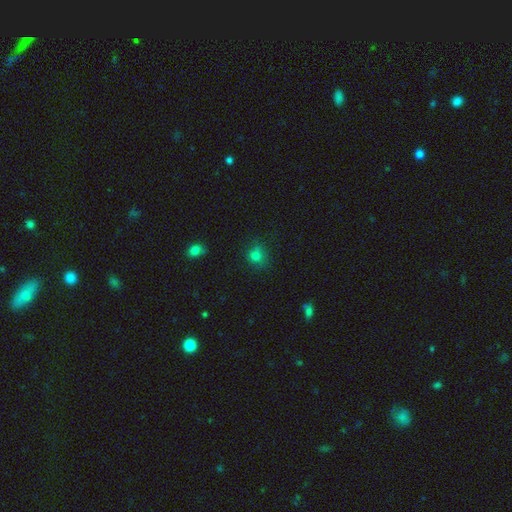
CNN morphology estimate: Smooth or featured? Predicted: smooth (p=0.77). How rounded? Predicted: round (p=0.76). Merging? Predicted: none (p=0.69).